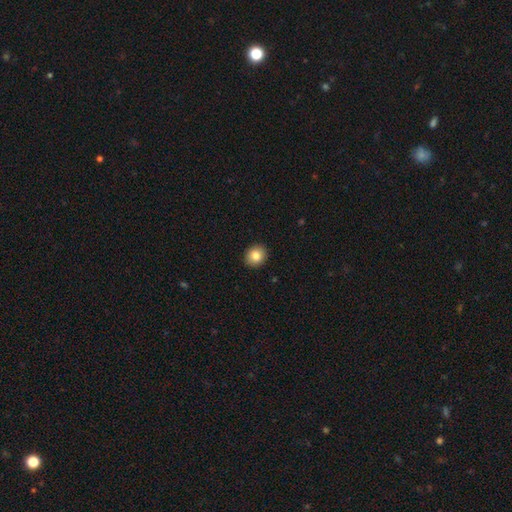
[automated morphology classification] Smooth or featured? Predicted: smooth (p=0.84). How rounded? Predicted: round (p=0.78). Merging? Predicted: none (p=0.92).